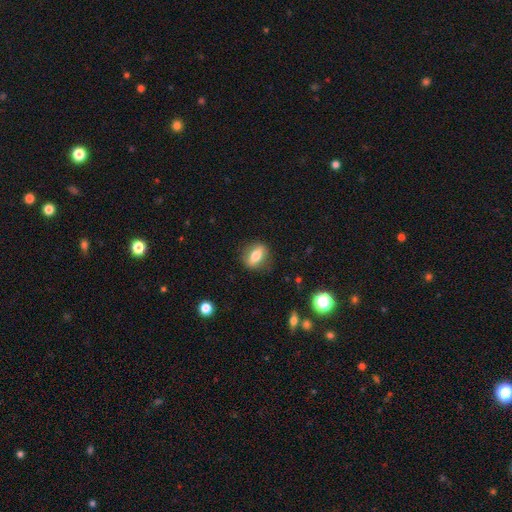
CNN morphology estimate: Q: Smooth or featured?
A: smooth (61%); runner-up: featured or disk (31%)
Q: How rounded?
A: in between (66%); runner-up: round (20%)
Q: Merging?
A: none (82%); runner-up: minor disturbance (12%)